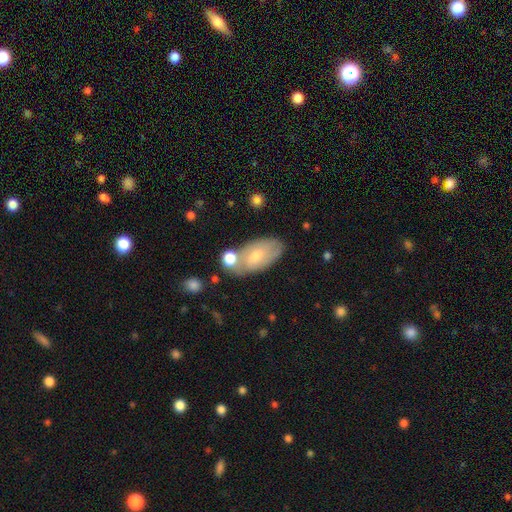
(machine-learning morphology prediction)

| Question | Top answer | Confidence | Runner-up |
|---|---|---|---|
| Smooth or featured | smooth | 61% | featured or disk (32%) |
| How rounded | in between | 92% | round (5%) |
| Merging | none | 55% | merger (20%) |